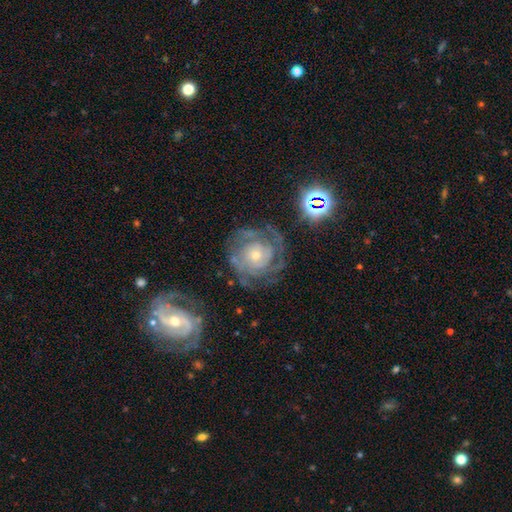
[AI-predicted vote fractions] Overall: featured or disk (82%). Edge-on disk: no (97%). Bar: no (79%). Spiral arms: yes (92%). Spiral arm count: can't tell (38%; 3 20%). Spiral winding: tight (72%). Bulge size: small (57%; moderate 37%). Merging: none (71%).